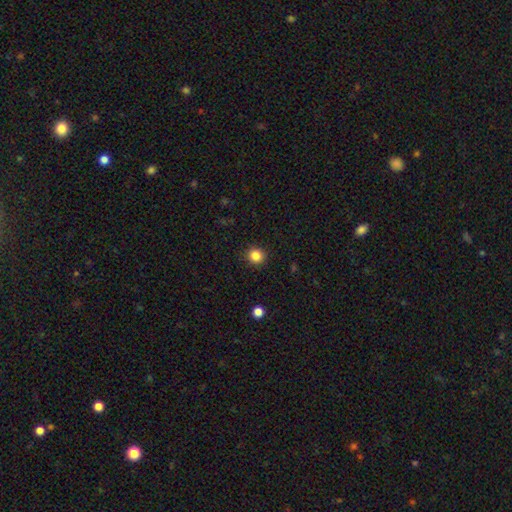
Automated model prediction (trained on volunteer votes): smooth_or_featured: smooth (p=0.85) [alt: star or artifact p=0.11]
how_rounded: round (p=0.90) [alt: in between p=0.09]
merging: none (p=0.91) [alt: minor disturbance p=0.06]